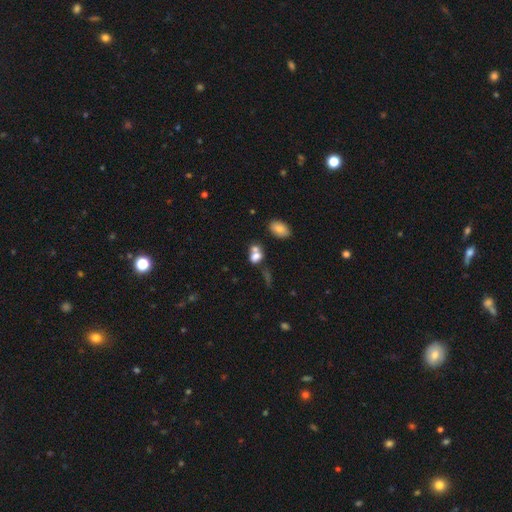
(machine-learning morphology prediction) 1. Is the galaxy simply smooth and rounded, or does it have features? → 72% smooth, 14% featured or disk, 14% star or artifact.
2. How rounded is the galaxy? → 61% in between, 36% round, 3% cigar-shaped.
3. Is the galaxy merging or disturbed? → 50% merger, 33% none, 10% minor disturbance, 7% major disturbance.